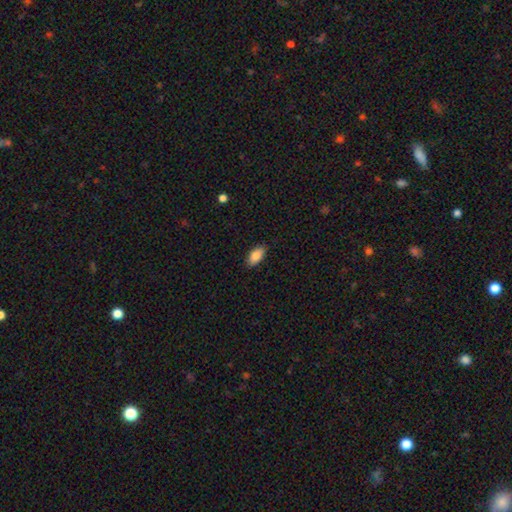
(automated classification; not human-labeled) Q: Smooth or featured?
A: smooth (87%); runner-up: star or artifact (7%)
Q: How rounded?
A: in between (92%); runner-up: cigar-shaped (6%)
Q: Merging?
A: none (87%); runner-up: minor disturbance (10%)